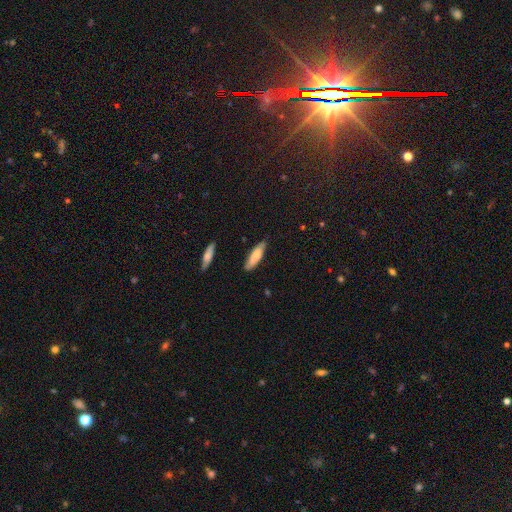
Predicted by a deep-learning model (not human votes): smooth 75%, featured or disk 19%, star or artifact 6%. Down the decision tree: how rounded — cigar-shaped (55%); merging — none (79%).